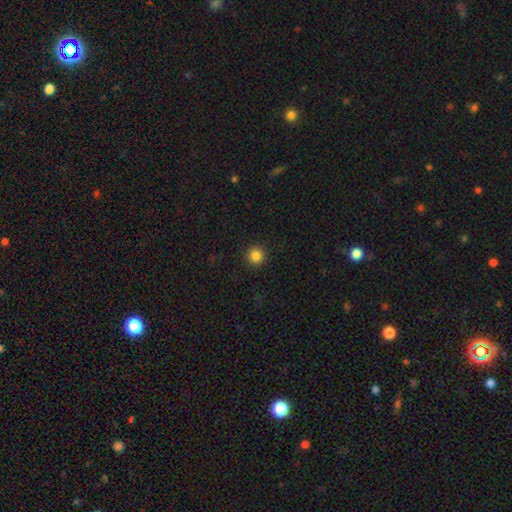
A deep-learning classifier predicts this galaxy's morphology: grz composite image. It shows a smooth galaxy with no disk features (85%) that is round (96%). Merging: none (93%).